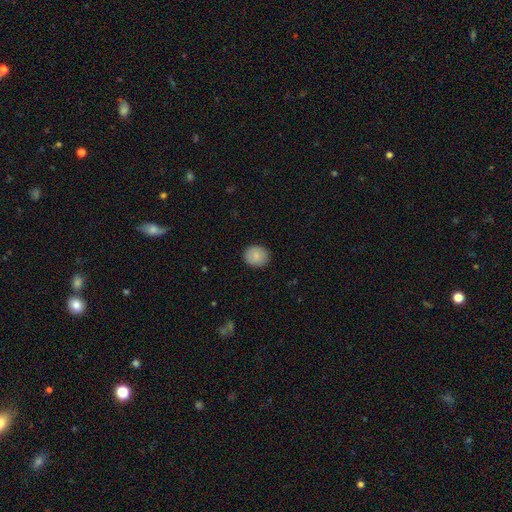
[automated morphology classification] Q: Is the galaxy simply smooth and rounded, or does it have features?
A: smooth — 86%.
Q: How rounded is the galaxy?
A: round — 76%.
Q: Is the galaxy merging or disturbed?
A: none — 89%.